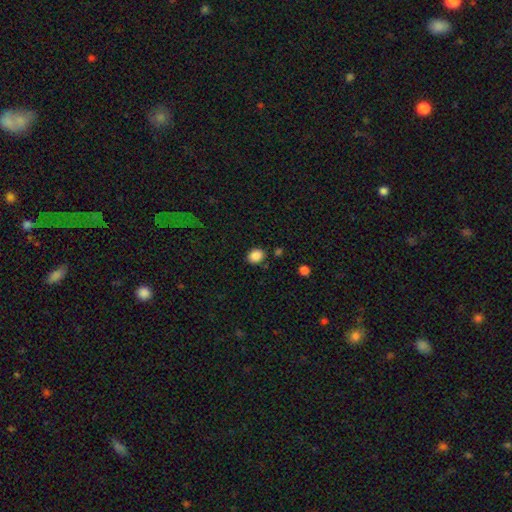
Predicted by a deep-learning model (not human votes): smooth 87%, star or artifact 9%, featured or disk 4%. Down the decision tree: how rounded — round (51%); merging — none (83%).